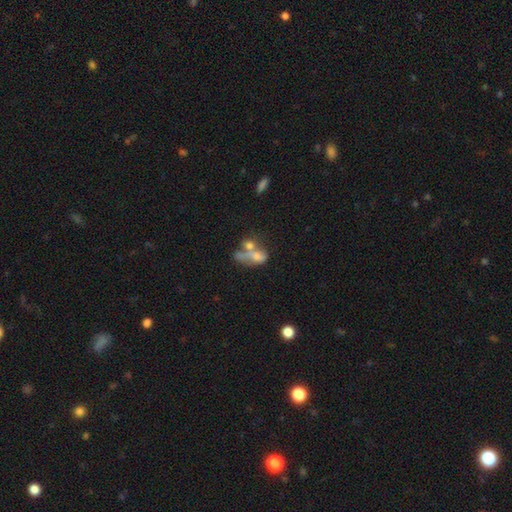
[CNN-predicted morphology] Q: Smooth or featured?
A: smooth (50%); runner-up: featured or disk (35%)
Q: How rounded?
A: in between (72%); runner-up: round (18%)
Q: Merging?
A: merger (52%); runner-up: none (20%)